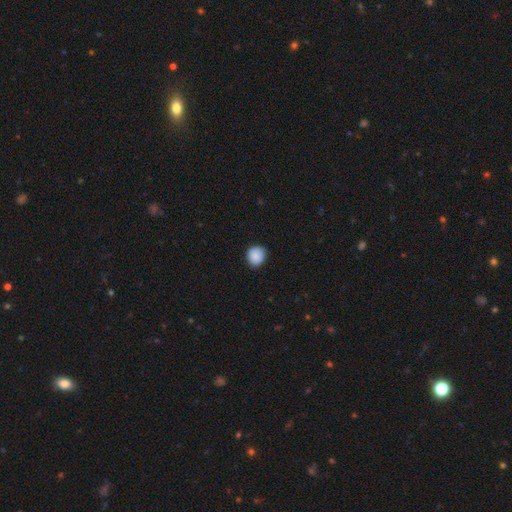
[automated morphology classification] Smooth or featured? Predicted: smooth (p=0.88). How rounded? Predicted: round (p=0.79). Merging? Predicted: none (p=0.84).